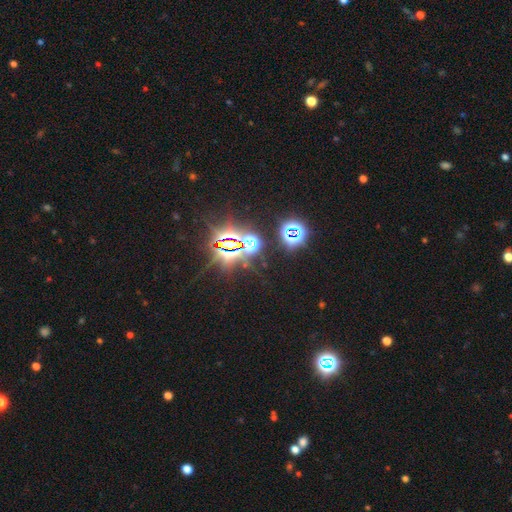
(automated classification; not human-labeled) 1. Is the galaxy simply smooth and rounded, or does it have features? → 82% star or artifact, 12% smooth, 7% featured or disk.